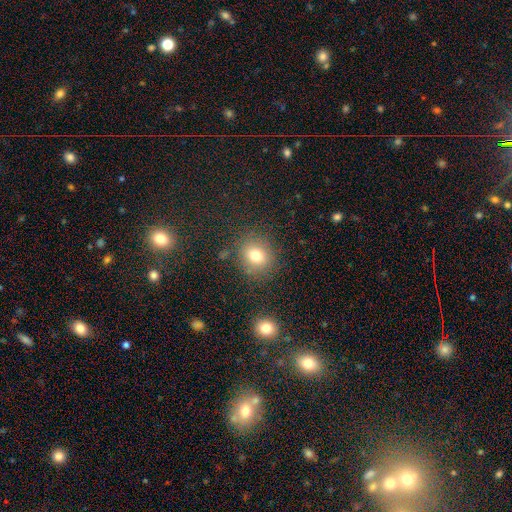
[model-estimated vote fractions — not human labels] Q: Smooth or featured?
A: smooth (78%); runner-up: star or artifact (13%)
Q: How rounded?
A: round (72%); runner-up: in between (27%)
Q: Merging?
A: none (81%); runner-up: minor disturbance (11%)